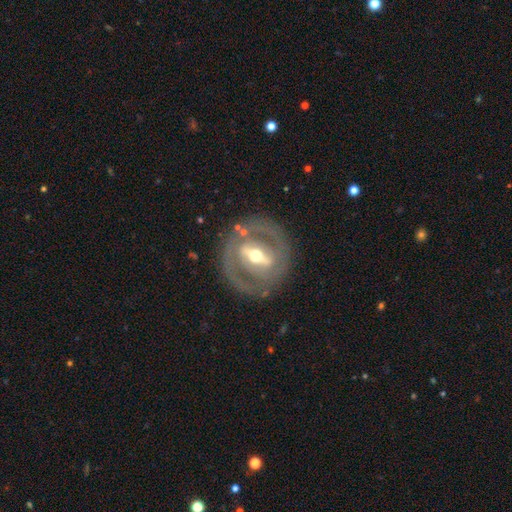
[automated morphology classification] Smooth or featured? featured or disk (81%)
Edge-on disk? no (88%)
Bar? strong (69%)
Spiral arms? no (54%)
Bulge size? moderate (68%)
Merging? none (81%)